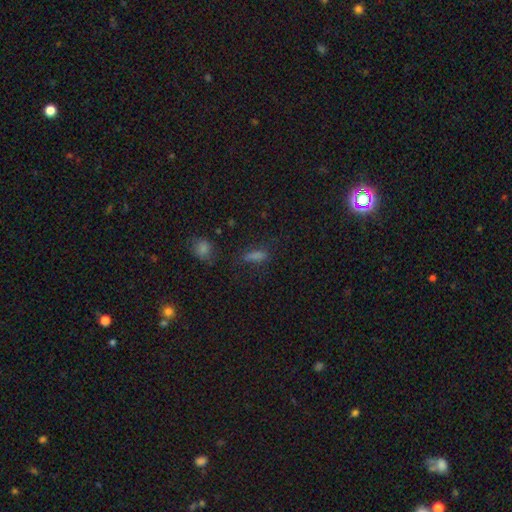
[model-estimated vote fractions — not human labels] smooth_or_featured: smooth (p=0.59) [alt: star or artifact p=0.30]
how_rounded: in between (p=0.52) [alt: cigar-shaped p=0.38]
merging: none (p=0.67) [alt: minor disturbance p=0.19]